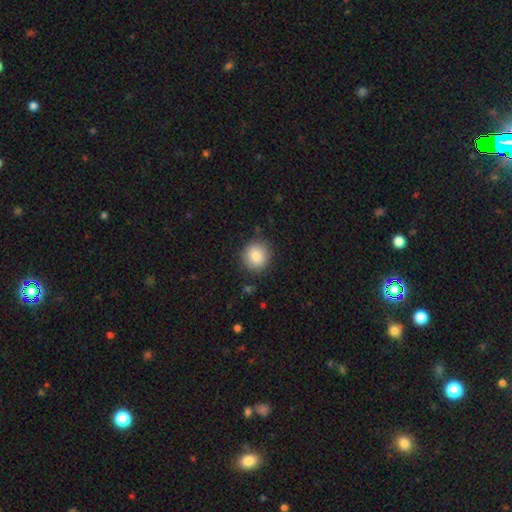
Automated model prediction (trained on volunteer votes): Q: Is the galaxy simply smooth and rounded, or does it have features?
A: smooth — 86%.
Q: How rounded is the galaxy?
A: round — 89%.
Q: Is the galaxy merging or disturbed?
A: none — 87%.